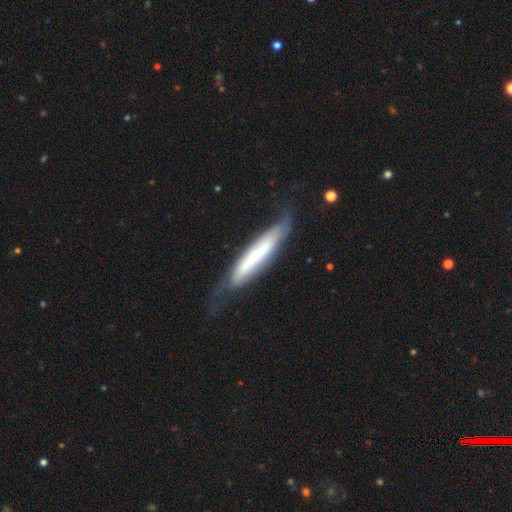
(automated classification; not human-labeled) featured or disk 50%, smooth 43%, star or artifact 7%. Down the decision tree: edge-on disk — yes (61%); merging — none (52%).